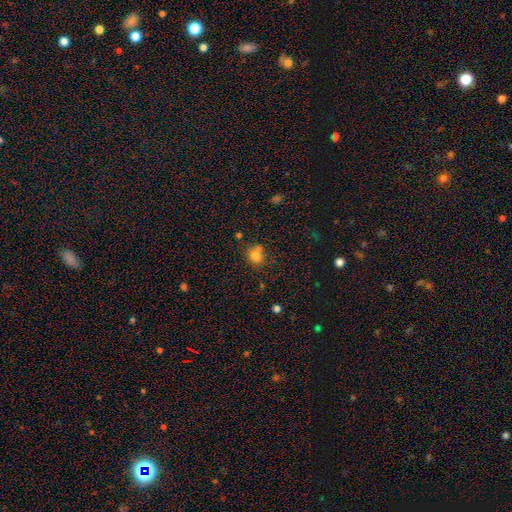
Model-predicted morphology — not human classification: smooth-or-featured: smooth: 78% | star or artifact: 14% | featured or disk: 8%
  how-rounded: round: 79% | in between: 20% | cigar-shaped: 1%
  merging: none: 67% | merger: 15% | minor disturbance: 14% | major disturbance: 4%